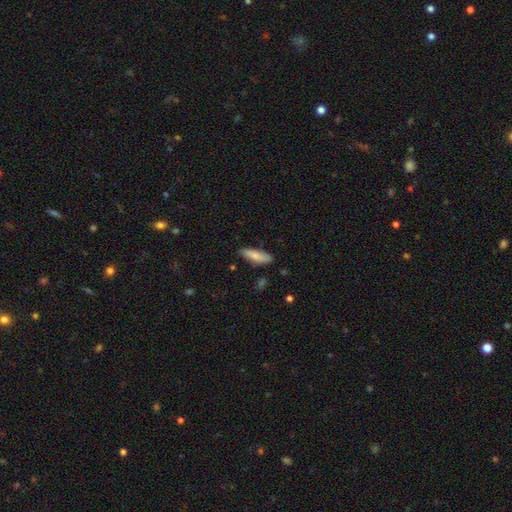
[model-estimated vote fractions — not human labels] Q: Smooth or featured?
A: smooth (79%); runner-up: featured or disk (15%)
Q: How rounded?
A: in between (50%); runner-up: cigar-shaped (48%)
Q: Merging?
A: none (76%); runner-up: minor disturbance (19%)